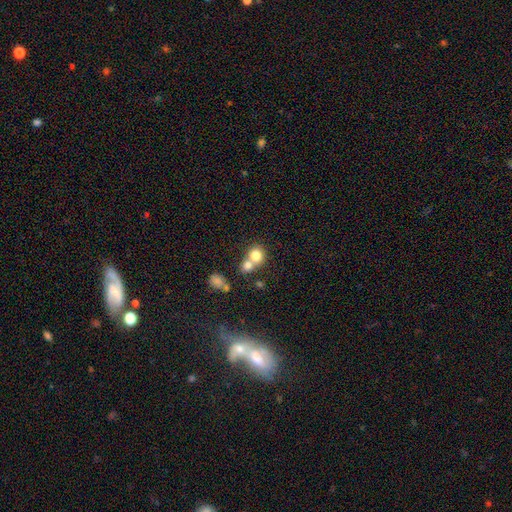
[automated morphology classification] Smooth or featured? smooth (76%)
How rounded? round (76%)
Merging? merger (58%)